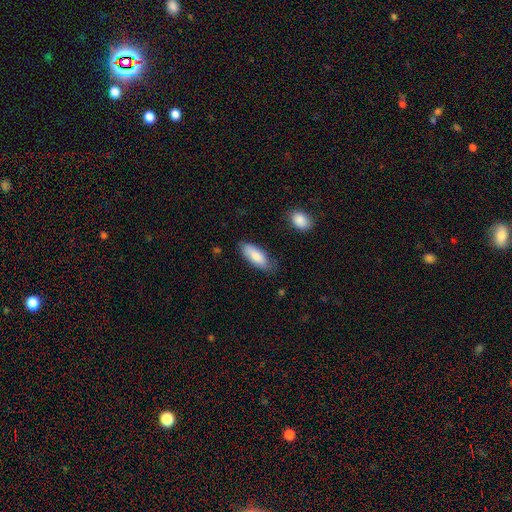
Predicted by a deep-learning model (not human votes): Smooth or featured? Predicted: smooth (p=0.83). How rounded? Predicted: in between (p=0.78). Merging? Predicted: none (p=0.70).